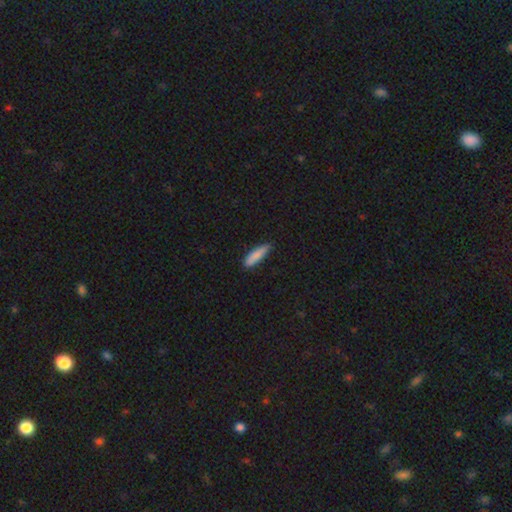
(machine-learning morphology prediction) The model was most divided on "how rounded": cigar-shaped: 71%, in between: 27%, round: 2%. More confident: smooth or featured — smooth (85%); merging — none (79%).